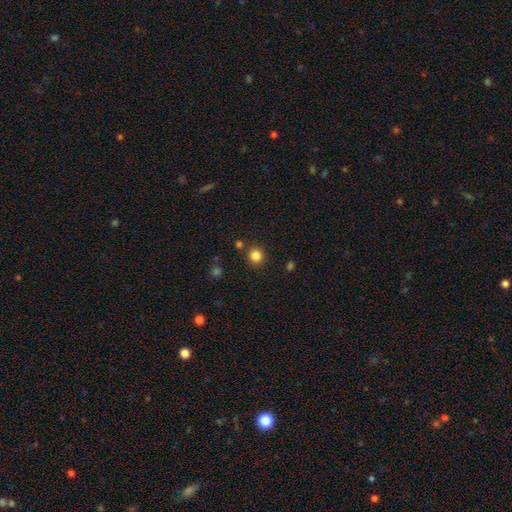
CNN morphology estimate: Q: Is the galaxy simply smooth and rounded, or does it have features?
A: smooth — 84%.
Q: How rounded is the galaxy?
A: round — 92%.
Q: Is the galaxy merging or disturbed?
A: none — 87%.